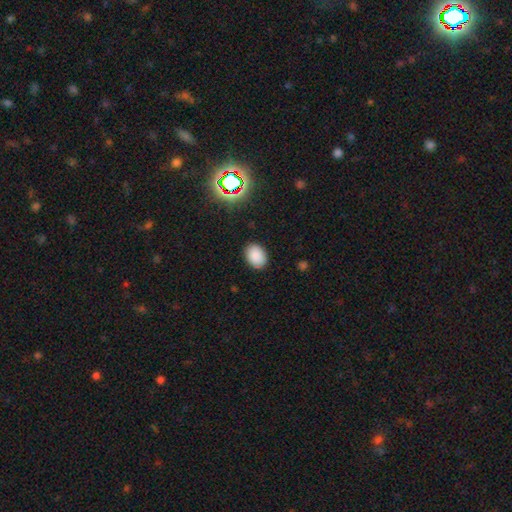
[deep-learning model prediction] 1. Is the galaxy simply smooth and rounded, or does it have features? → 86% smooth, 10% star or artifact, 4% featured or disk.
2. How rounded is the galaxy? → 73% in between, 26% round, 1% cigar-shaped.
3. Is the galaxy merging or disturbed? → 87% none, 9% minor disturbance, 2% major disturbance, 1% merger.